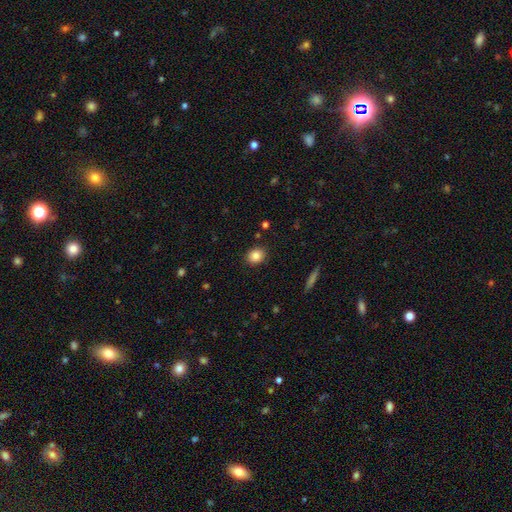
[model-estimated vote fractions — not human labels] A smooth galaxy with no disk features (84%) that is round (62%).

Vote fractions:
- Smooth or featured? smooth: 84% / star or artifact: 10% / featured or disk: 6%
- How rounded? round: 62% / in between: 37% / cigar-shaped: 1%
- Merging? none: 88% / minor disturbance: 8% / major disturbance: 2% / merger: 1%